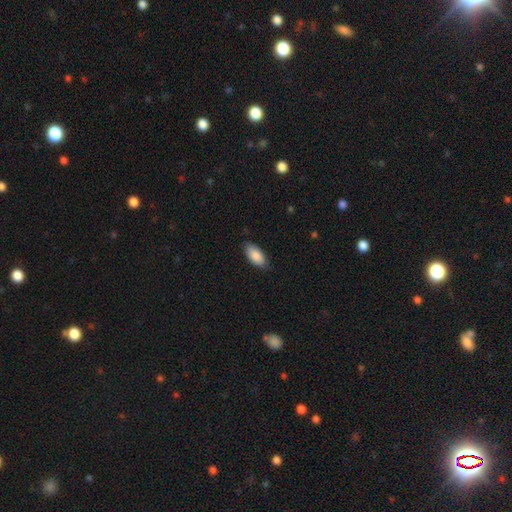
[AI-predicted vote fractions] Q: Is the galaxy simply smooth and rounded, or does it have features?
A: smooth — 86%.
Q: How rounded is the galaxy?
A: in between — 92%.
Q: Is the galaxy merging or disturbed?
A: none — 82%.